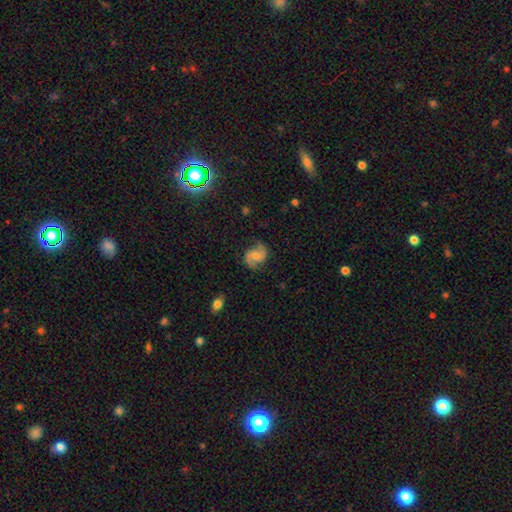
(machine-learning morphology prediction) Smooth or featured? featured or disk (74%)
Edge-on disk? no (98%)
Bar? no (55%)
Spiral arms? yes (95%)
Spiral winding? medium (47%)
Spiral arm count? 2 (91%)
Bulge size? small (42%, tied with moderate)
Merging? none (75%)